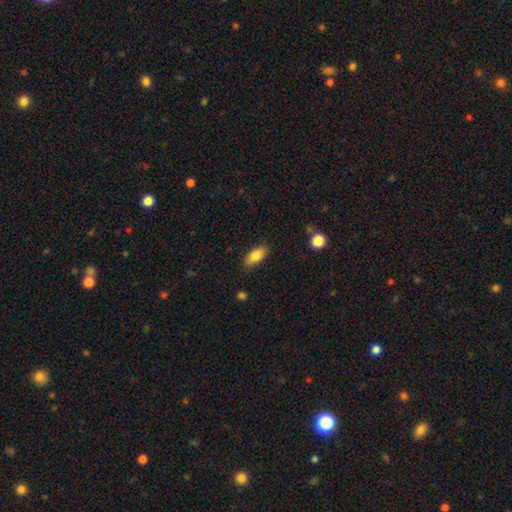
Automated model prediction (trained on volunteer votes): The model was most divided on "smooth or featured": smooth: 82%, featured or disk: 11%, star or artifact: 7%. More confident: how rounded — in between (85%); merging — none (85%).